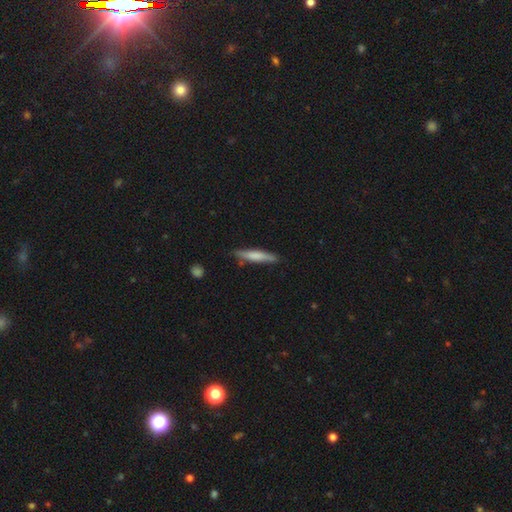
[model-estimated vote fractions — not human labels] Q: Smooth or featured?
A: smooth (66%); runner-up: featured or disk (28%)
Q: How rounded?
A: cigar-shaped (91%); runner-up: in between (7%)
Q: Merging?
A: none (84%); runner-up: minor disturbance (12%)